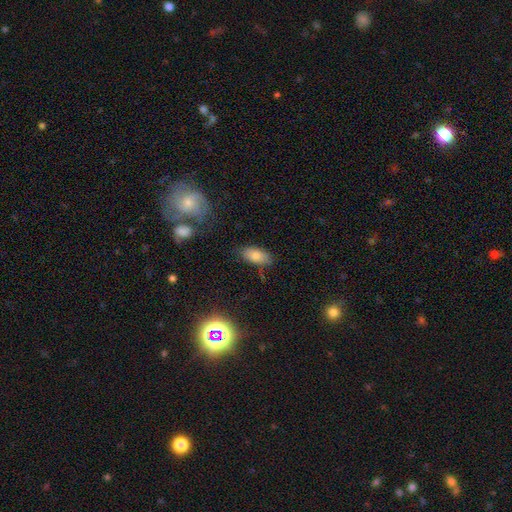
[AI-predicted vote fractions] Smooth or featured? Predicted: smooth (p=0.78). How rounded? Predicted: in between (p=0.91). Merging? Predicted: none (p=0.79).